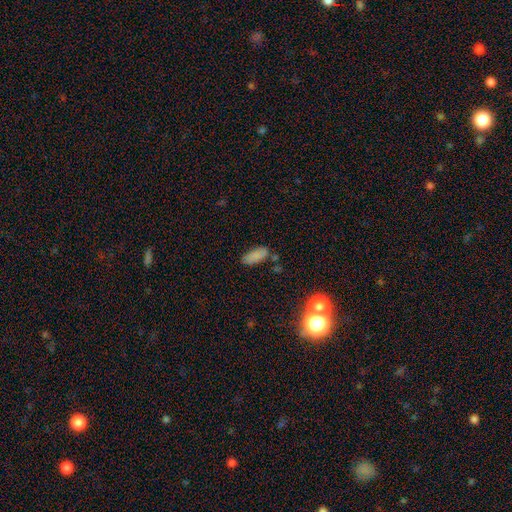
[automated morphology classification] A smooth galaxy with no disk features (84%) that is in between round and cigar-shaped (84%). Merging: none (73%).